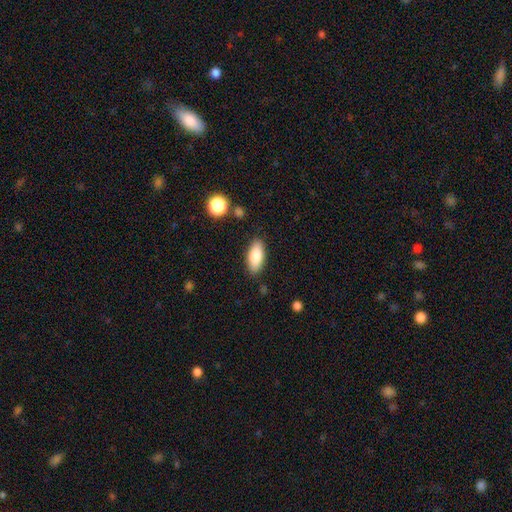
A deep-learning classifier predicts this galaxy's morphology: smooth-or-featured: smooth: 83% | featured or disk: 10% | star or artifact: 7%
  how-rounded: in between: 85% | cigar-shaped: 12% | round: 3%
  merging: none: 86% | minor disturbance: 10% | major disturbance: 2% | merger: 2%